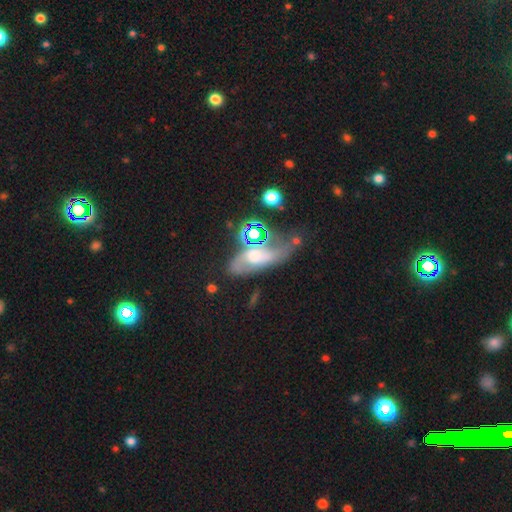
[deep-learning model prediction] Smooth or featured? featured or disk (46%)
Merging? none (44%)